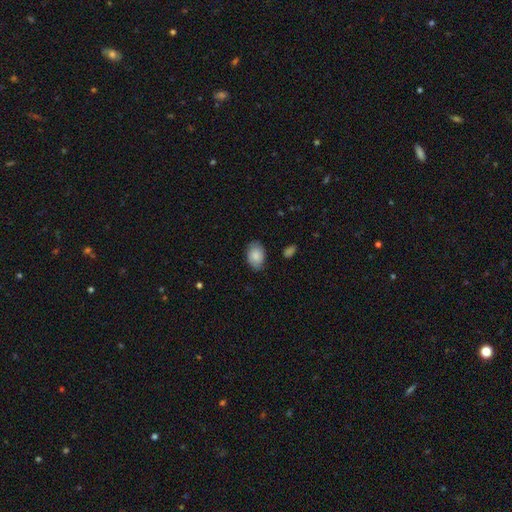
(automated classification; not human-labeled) smooth_or_featured: smooth (p=0.84) [alt: featured or disk p=0.10]
how_rounded: in between (p=0.81) [alt: round p=0.18]
merging: none (p=0.78) [alt: minor disturbance p=0.17]